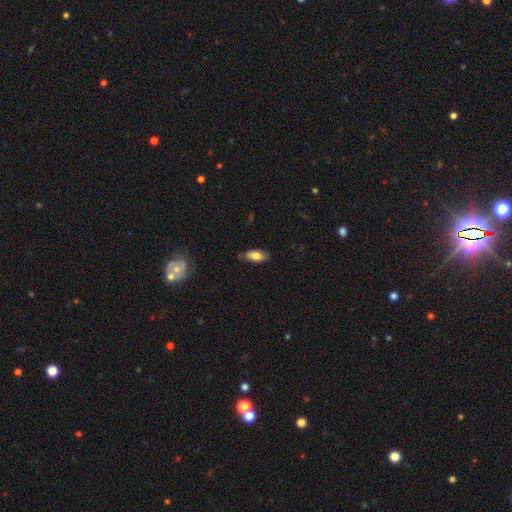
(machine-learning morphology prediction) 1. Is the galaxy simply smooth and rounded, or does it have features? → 77% smooth, 16% featured or disk, 7% star or artifact.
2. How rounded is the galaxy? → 85% in between, 12% cigar-shaped, 3% round.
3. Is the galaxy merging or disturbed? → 74% none, 21% minor disturbance, 3% major disturbance, 2% merger.